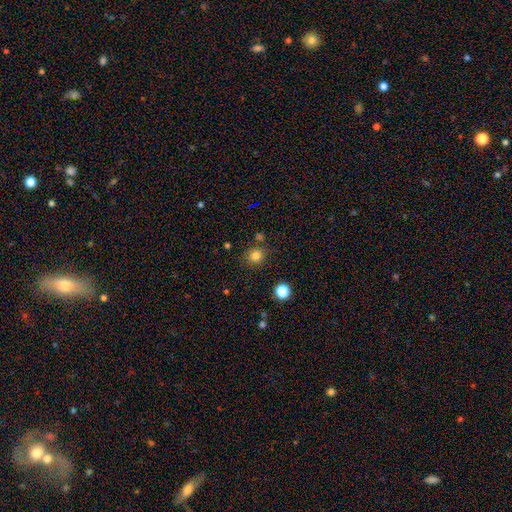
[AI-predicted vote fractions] The model was most divided on "smooth or featured": smooth: 81%, star or artifact: 13%, featured or disk: 6%. More confident: how rounded — round (87%); merging — none (82%).